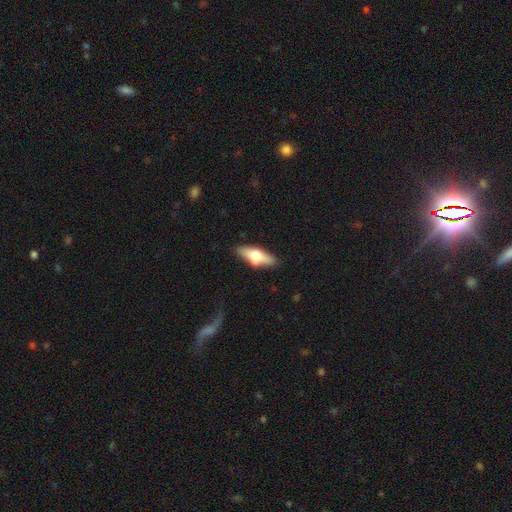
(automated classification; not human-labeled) Smooth or featured?
  - smooth: 51% *
  - featured or disk: 43%
  - star or artifact: 6%
How rounded?
  - in between: 57% *
  - cigar-shaped: 40%
  - round: 3%
Merging?
  - none: 72% *
  - minor disturbance: 17%
  - merger: 6%
  - major disturbance: 5%